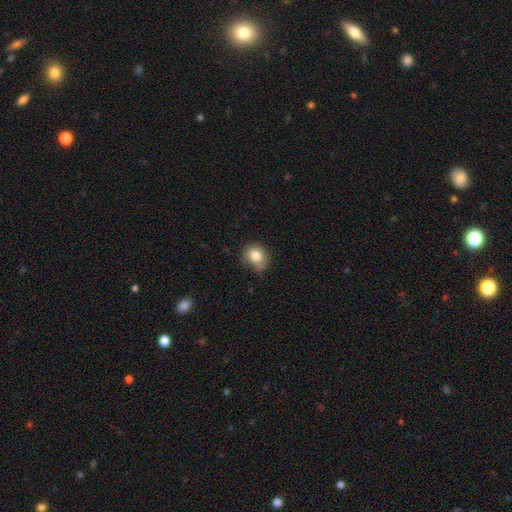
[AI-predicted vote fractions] Smooth or featured? Predicted: smooth (p=0.82). How rounded? Predicted: round (p=0.71). Merging? Predicted: none (p=0.66).